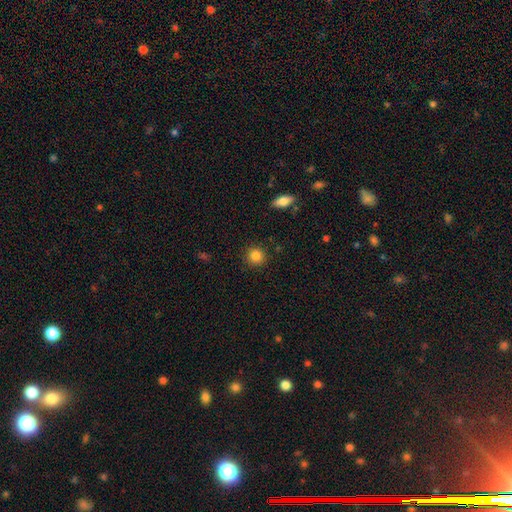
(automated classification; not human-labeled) smooth_or_featured: smooth (p=0.84) [alt: star or artifact p=0.11]
how_rounded: round (p=0.93) [alt: in between p=0.06]
merging: none (p=0.90) [alt: minor disturbance p=0.07]